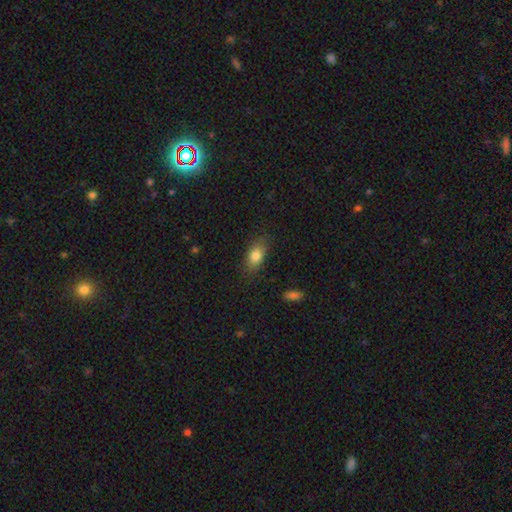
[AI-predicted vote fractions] Morphology: type=smooth (81%); roundness=in between (84%); merging=none (80%).